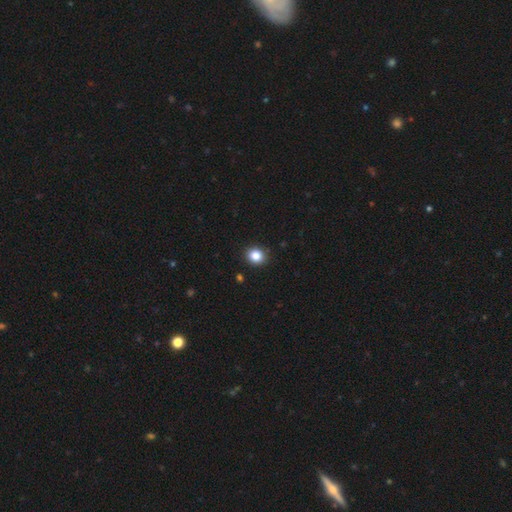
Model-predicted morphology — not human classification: Q: Smooth or featured?
A: smooth (85%); runner-up: star or artifact (10%)
Q: How rounded?
A: round (74%); runner-up: in between (25%)
Q: Merging?
A: none (90%); runner-up: minor disturbance (7%)